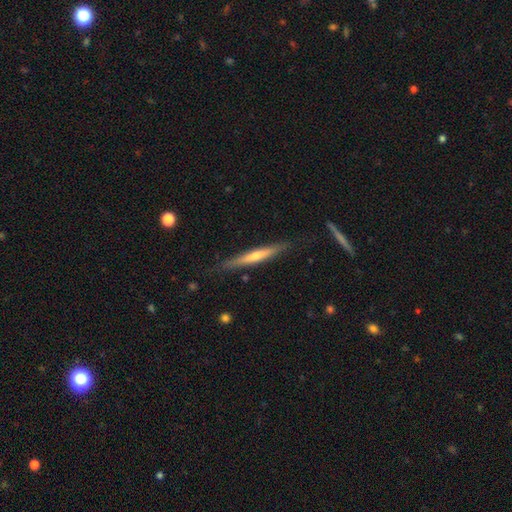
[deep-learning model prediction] The model was most divided on "edge-on bulge": rounded: 59%, none: 36%, boxy: 5%. More confident: edge-on disk — yes (96%); merging — none (84%); smooth or featured — featured or disk (61%).